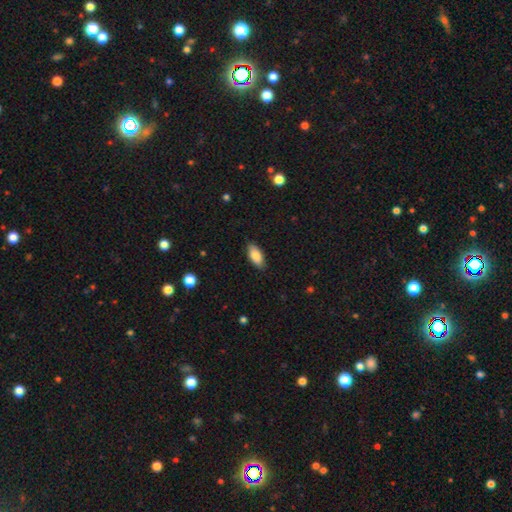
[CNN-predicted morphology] Smooth or featured? smooth (86%)
How rounded? in between (89%)
Merging? none (86%)